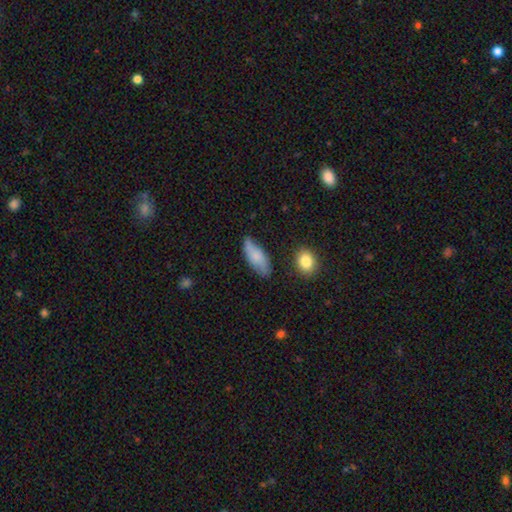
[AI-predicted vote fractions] This appears to be a smooth galaxy with no disk features (69%) that is in between round and cigar-shaped (78%). Merging: none (64%).